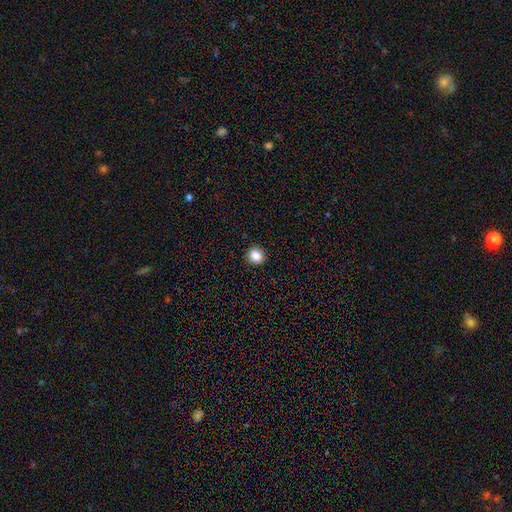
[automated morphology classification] smooth 85%, star or artifact 10%, featured or disk 4%. Down the decision tree: how rounded — round (85%); merging — none (92%).